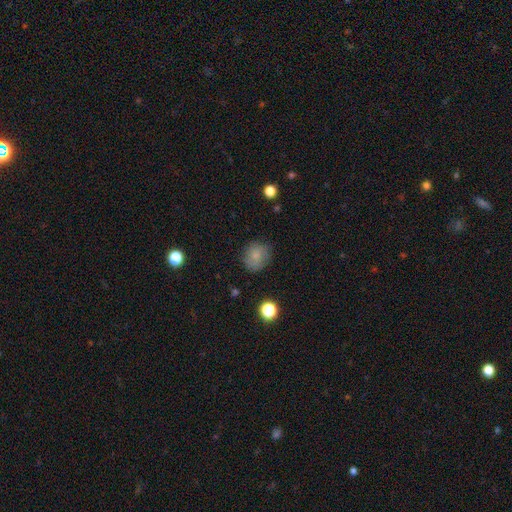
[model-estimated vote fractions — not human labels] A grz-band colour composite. It shows a smooth galaxy with no disk features (79%) that is round (82%). Merging: none (77%).